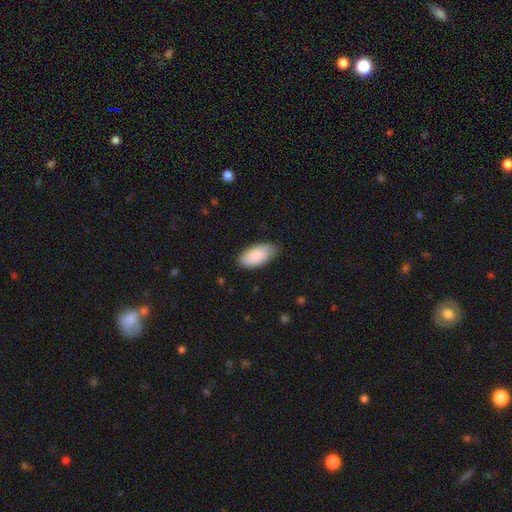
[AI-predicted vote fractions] smooth-or-featured: smooth: 87% | featured or disk: 8% | star or artifact: 6%
  how-rounded: in between: 94% | cigar-shaped: 4% | round: 2%
  merging: none: 80% | minor disturbance: 17% | major disturbance: 3% | merger: 1%